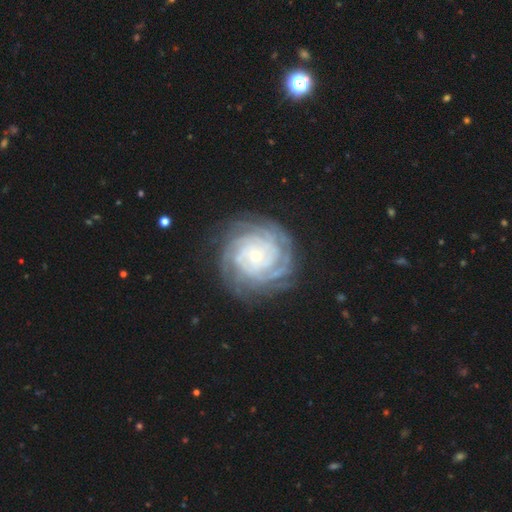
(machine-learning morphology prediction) Smooth or featured? featured or disk (88%)
Edge-on disk? no (97%)
Bar? no (74%)
Spiral arms? yes (98%)
Spiral winding? tight (84%)
Spiral arm count? 4 (25%)
Bulge size? small (80%)
Merging? none (81%)